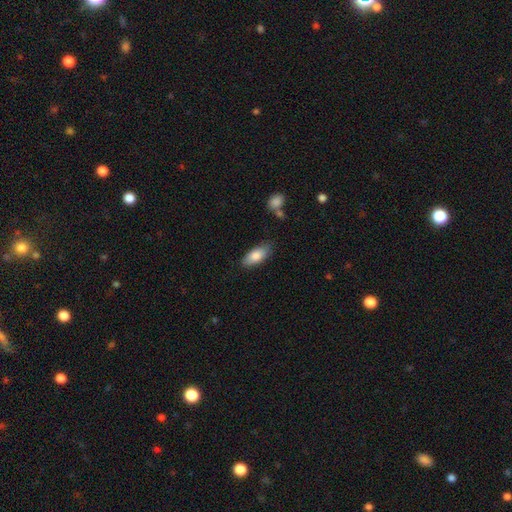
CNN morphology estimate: Smooth or featured? Predicted: smooth (p=0.83). How rounded? Predicted: in between (p=0.86). Merging? Predicted: none (p=0.80).